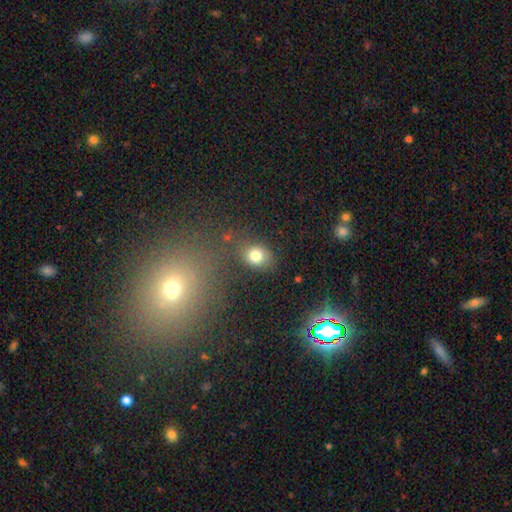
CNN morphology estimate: type=smooth (79%); roundness=round (59%); merging=none (77%).